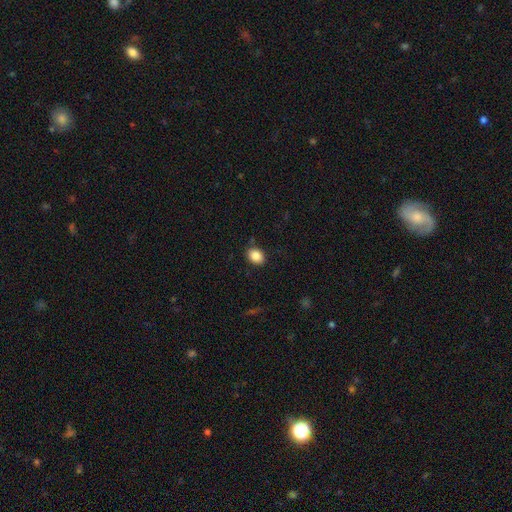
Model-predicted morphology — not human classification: Smooth or featured? smooth (86%)
How rounded? in between (67%)
Merging? none (85%)